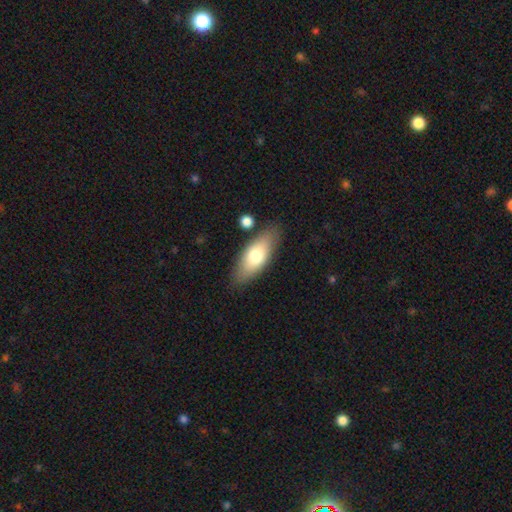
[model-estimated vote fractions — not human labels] Smooth or featured? smooth (72%)
How rounded? in between (76%)
Merging? none (80%)